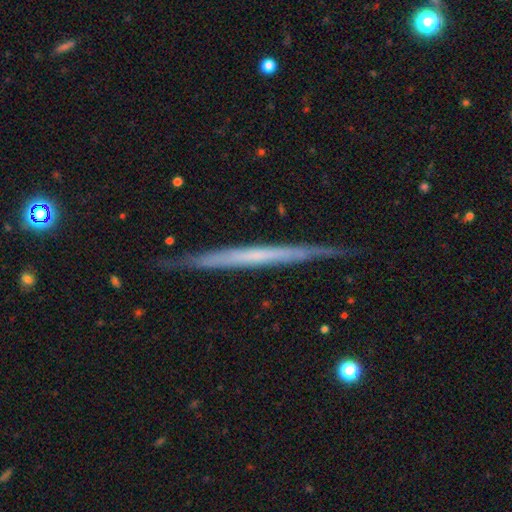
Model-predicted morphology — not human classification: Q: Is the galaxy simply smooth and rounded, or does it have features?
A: featured or disk — 64%.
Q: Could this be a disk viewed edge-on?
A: yes — 96%.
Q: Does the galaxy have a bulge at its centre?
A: none — 88%.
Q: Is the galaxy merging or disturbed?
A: none — 87%.